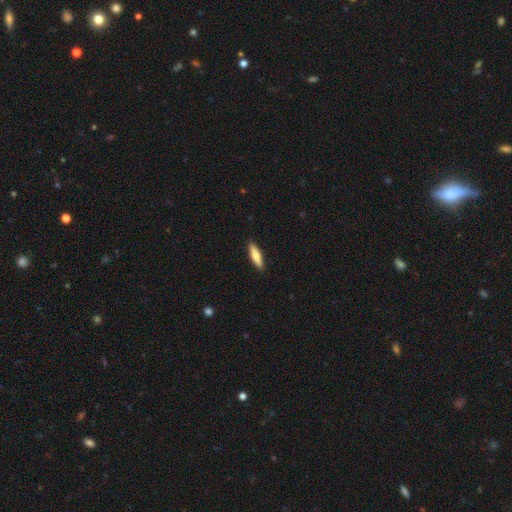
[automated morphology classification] The model was most divided on "how rounded": cigar-shaped: 68%, in between: 30%, round: 2%. More confident: merging — none (90%); smooth or featured — smooth (76%).